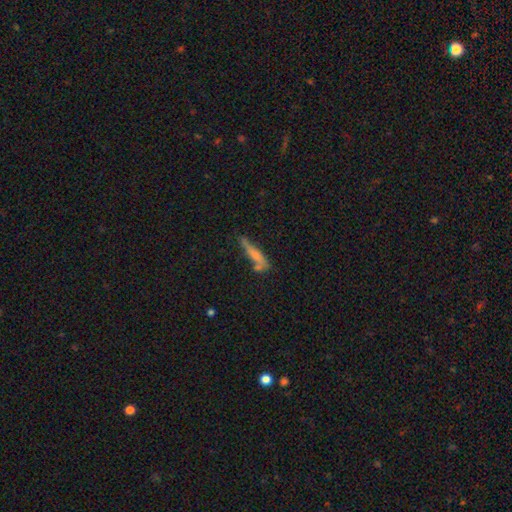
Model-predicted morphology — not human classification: Overall: smooth (62%; featured or disk 30%). How rounded: cigar-shaped (83%). Merging: none (48%; minor disturbance 25%).